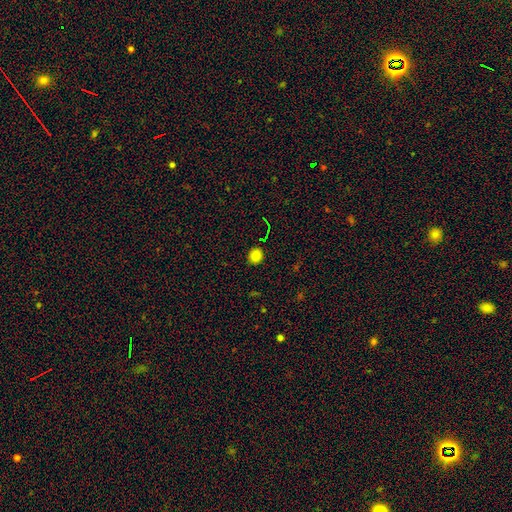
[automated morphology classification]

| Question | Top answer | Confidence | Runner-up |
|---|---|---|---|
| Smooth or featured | smooth | 83% | star or artifact (14%) |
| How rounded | round | 73% | in between (26%) |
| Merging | none | 89% | minor disturbance (8%) |